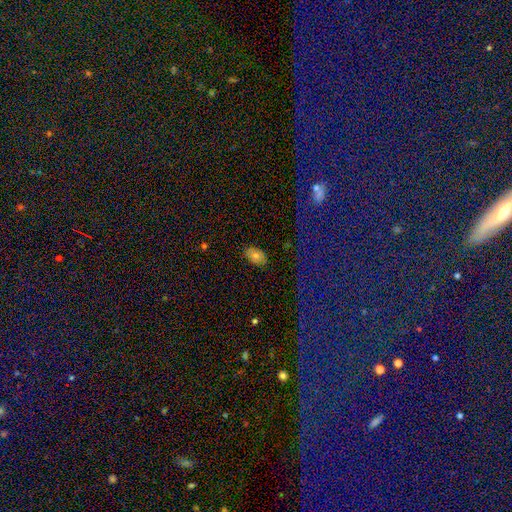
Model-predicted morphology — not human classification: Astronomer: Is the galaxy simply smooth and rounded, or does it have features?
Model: smooth — 69%.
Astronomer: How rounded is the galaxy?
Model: in between — 84%.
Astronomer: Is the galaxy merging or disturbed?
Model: none — 81%.